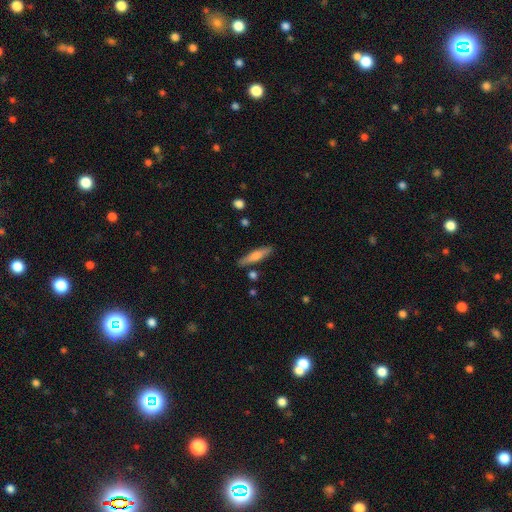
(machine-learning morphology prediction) Smooth or featured? Predicted: smooth (p=0.62). How rounded? Predicted: cigar-shaped (p=0.82). Merging? Predicted: none (p=0.83).